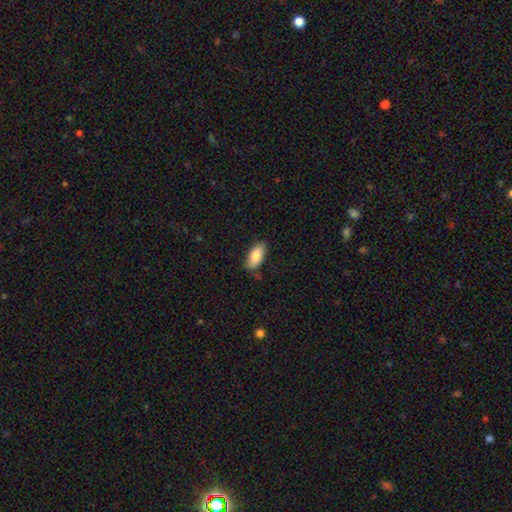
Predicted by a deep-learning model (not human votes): smooth_or_featured: smooth (p=0.84) [alt: featured or disk p=0.09]
how_rounded: in between (p=0.89) [alt: cigar-shaped p=0.09]
merging: none (p=0.80) [alt: minor disturbance p=0.16]